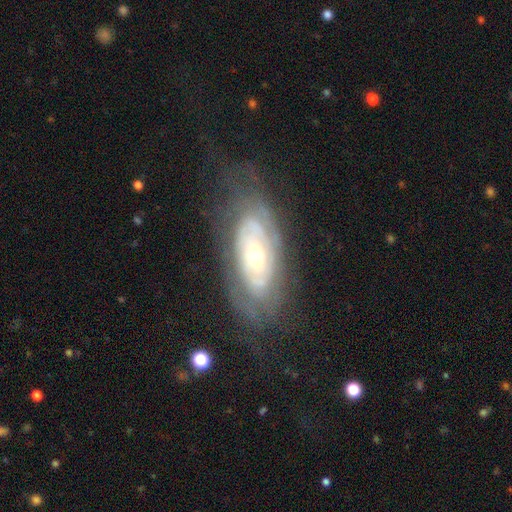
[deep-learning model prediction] smooth_or_featured: featured or disk (p=0.79) [alt: smooth p=0.15]
disk_edge_on: no (p=0.90) [alt: yes p=0.10]
bar: no (p=0.73) [alt: weak p=0.19]
has_spiral_arms: yes (p=0.79) [alt: no p=0.21]
spiral_winding: tight (p=0.73) [alt: medium p=0.19]
spiral_arm_count: can't tell (p=0.55) [alt: 2 p=0.24]
bulge_size: small (p=0.47) [tied with: moderate p=0.47]
merging: none (p=0.69) [alt: minor disturbance p=0.18]